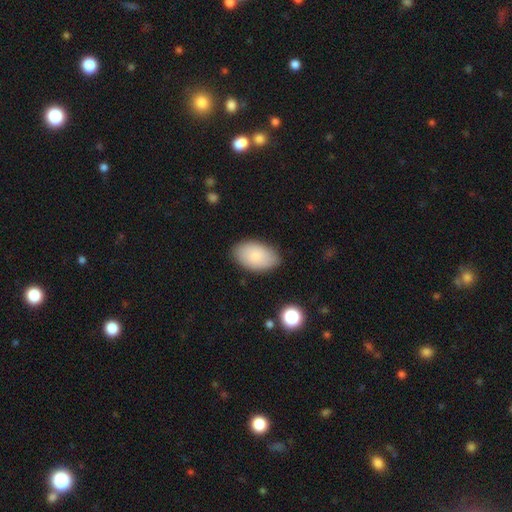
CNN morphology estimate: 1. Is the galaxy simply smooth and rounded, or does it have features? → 81% smooth, 12% featured or disk, 7% star or artifact.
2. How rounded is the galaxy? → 93% in between, 6% round, 1% cigar-shaped.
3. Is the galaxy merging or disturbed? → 84% none, 12% minor disturbance, 3% major disturbance, 1% merger.